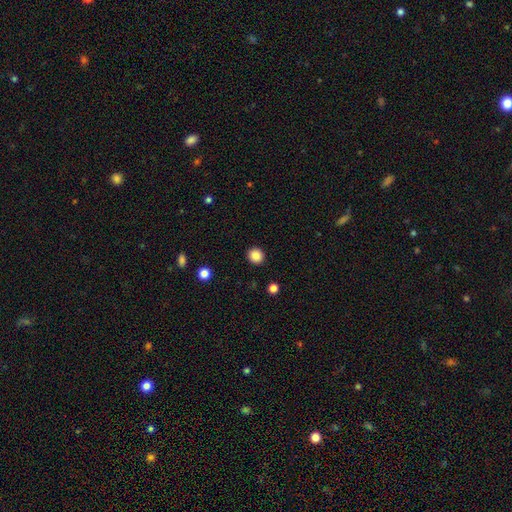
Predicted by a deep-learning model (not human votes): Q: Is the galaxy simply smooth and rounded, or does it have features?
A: smooth — 86%.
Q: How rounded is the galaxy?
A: round — 90%.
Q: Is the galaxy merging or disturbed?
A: none — 92%.